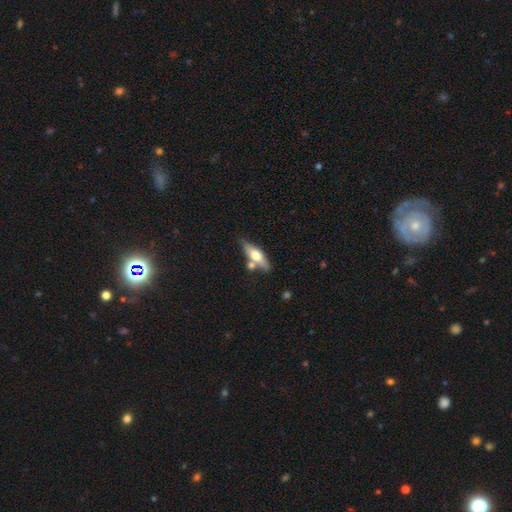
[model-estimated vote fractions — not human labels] This appears to be a smooth galaxy with no disk features (48%). Merging: none (66%).